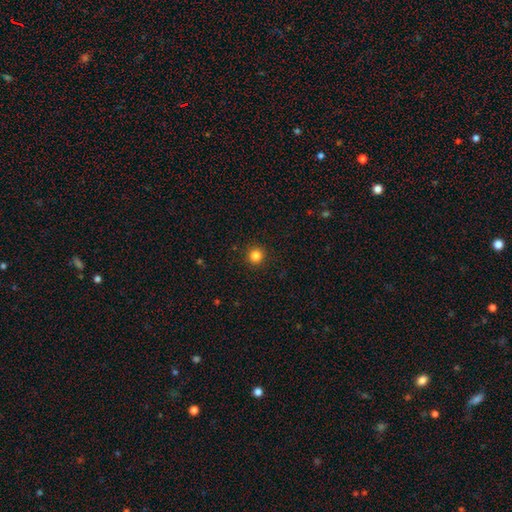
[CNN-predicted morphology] type=smooth (84%); roundness=round (95%); merging=none (93%).